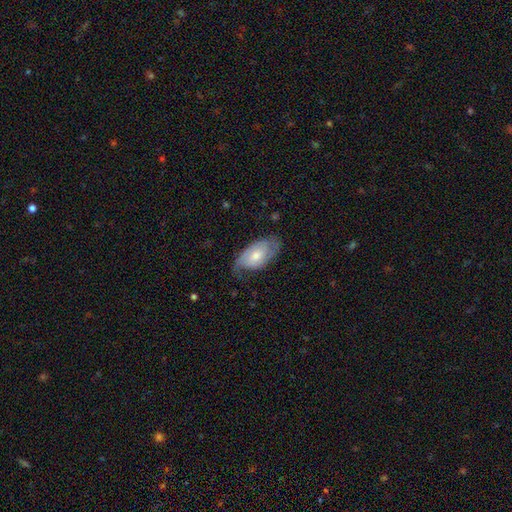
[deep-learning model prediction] Morphology: type=featured or disk (54%); edge-on=no (92%); merging=none (56%).